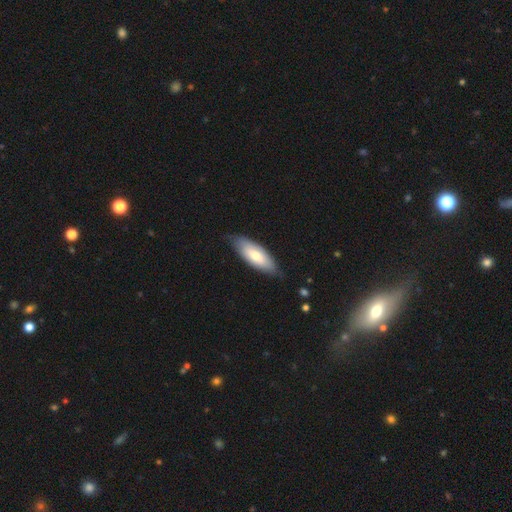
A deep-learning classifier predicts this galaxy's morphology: This appears to be a smooth galaxy with no disk features (67%) that is in between round and cigar-shaped (74%). Merging: none (75%).